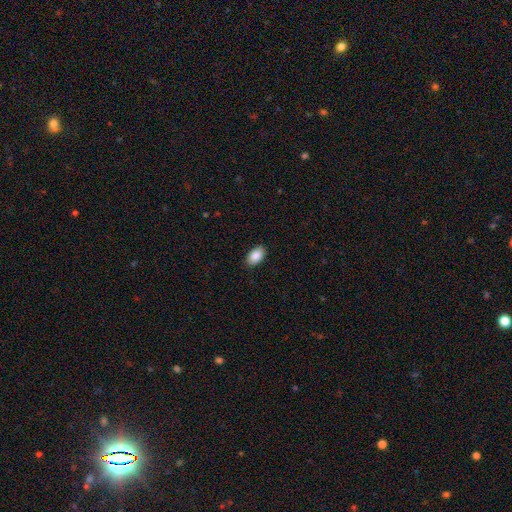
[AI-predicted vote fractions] Overall: smooth (89%). How rounded: in between (94%). Merging: none (89%).